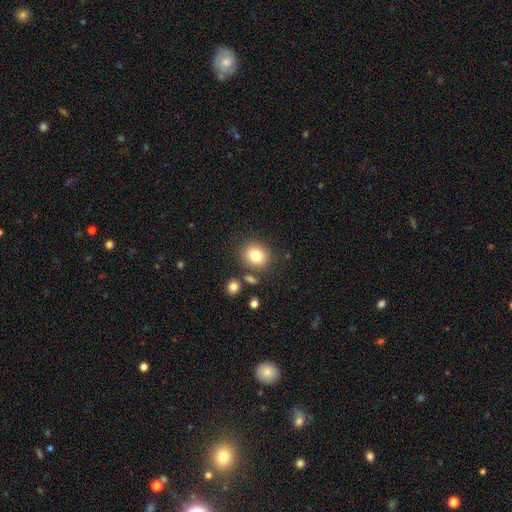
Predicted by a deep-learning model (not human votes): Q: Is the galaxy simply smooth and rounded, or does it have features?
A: smooth — 80%.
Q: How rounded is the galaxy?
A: round — 72%.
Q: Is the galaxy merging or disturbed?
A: none — 79%.